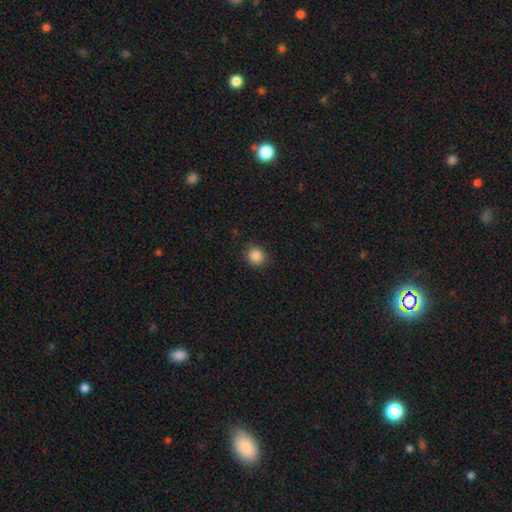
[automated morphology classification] smooth_or_featured: smooth (p=0.86) [alt: star or artifact p=0.10]
how_rounded: round (p=0.86) [alt: in between p=0.13]
merging: none (p=0.89) [alt: minor disturbance p=0.08]